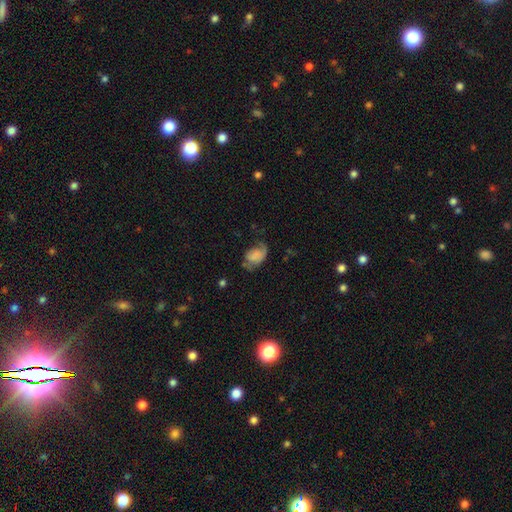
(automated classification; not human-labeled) This appears to be a smooth galaxy with no disk features (54%) that is in between round and cigar-shaped (80%). Merging: none (37%).